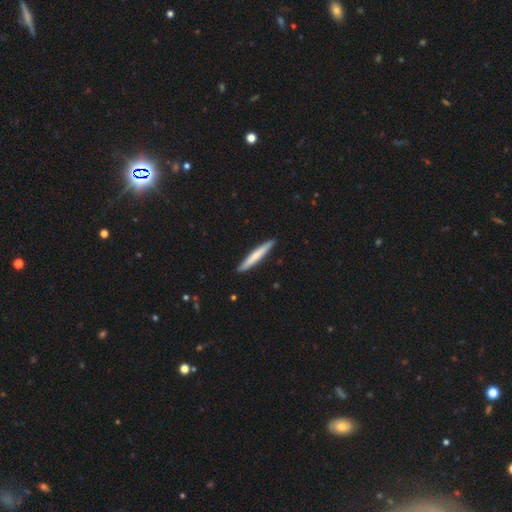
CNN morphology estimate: This is likely a smooth galaxy (66%). How rounded: clearly cigar-shaped (96%). Merging: clearly none (91%).